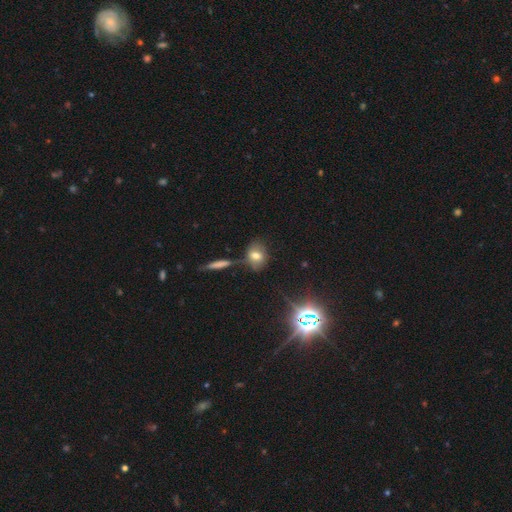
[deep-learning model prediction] This appears to be a smooth galaxy with no disk features (67%) that is in between round and cigar-shaped (52%). Merging: none (62%).